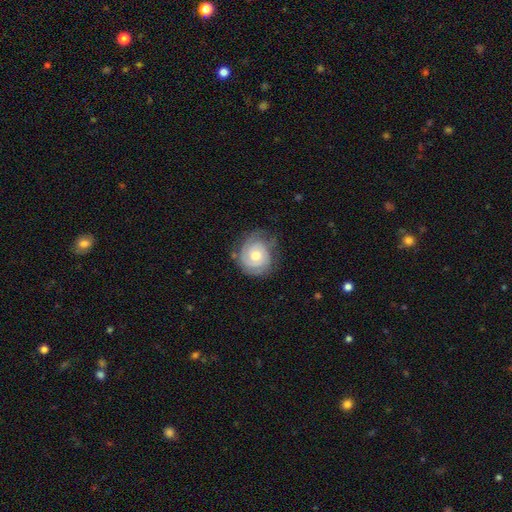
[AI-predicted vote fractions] Overall: featured or disk (78%). Edge-on disk: no (98%). Bar: no (76%). Spiral arms: yes (94%). Spiral arm count: 2 (42%; can't tell 26%). Spiral winding: tight (76%). Bulge size: moderate (67%). Merging: none (70%).